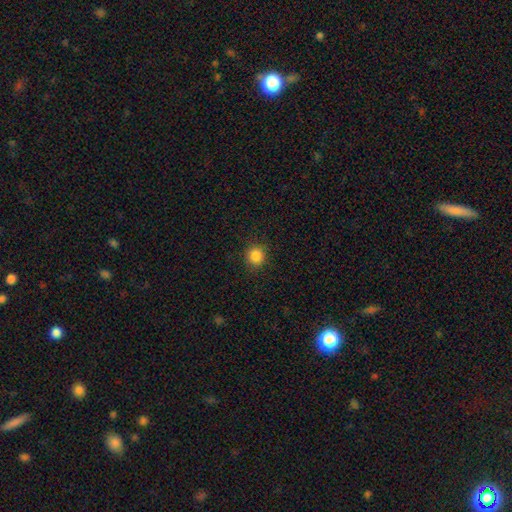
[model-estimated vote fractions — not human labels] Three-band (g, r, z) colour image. It shows a smooth galaxy with no disk features (86%) that is round (91%). Merging: none (90%).